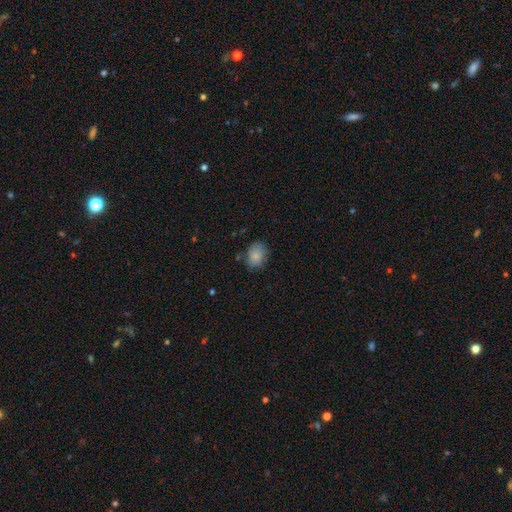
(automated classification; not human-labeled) Smooth or featured?
  - smooth: 83% *
  - featured or disk: 9%
  - star or artifact: 8%
How rounded?
  - in between: 61% *
  - round: 38%
  - cigar-shaped: 1%
Merging?
  - none: 72% *
  - minor disturbance: 21%
  - major disturbance: 5%
  - merger: 3%